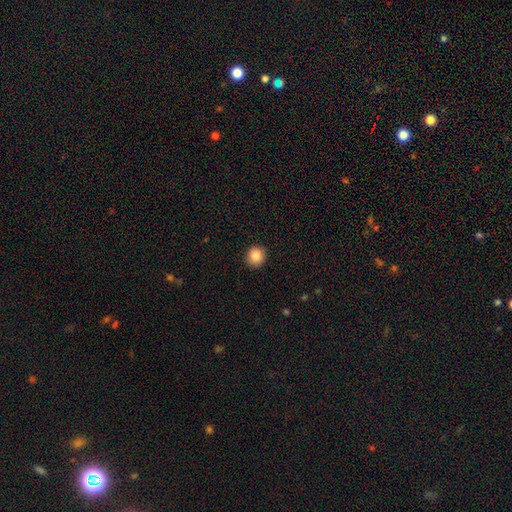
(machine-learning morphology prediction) smooth-or-featured: smooth: 86% | star or artifact: 9% | featured or disk: 4%
  how-rounded: round: 92% | in between: 7% | cigar-shaped: 1%
  merging: none: 92% | minor disturbance: 5% | major disturbance: 2% | merger: 1%